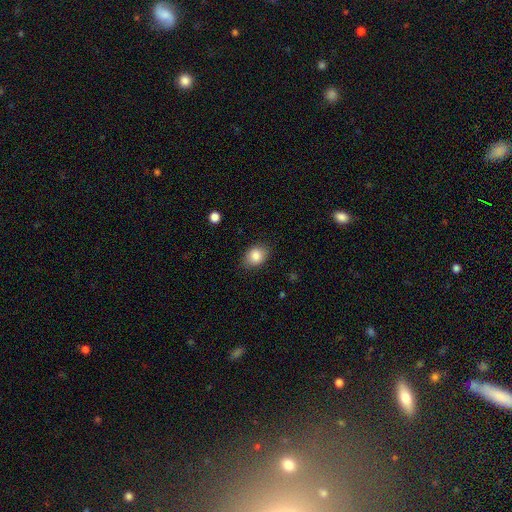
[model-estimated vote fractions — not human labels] Morphology: type=smooth (85%); roundness=in between (64%); merging=none (83%).